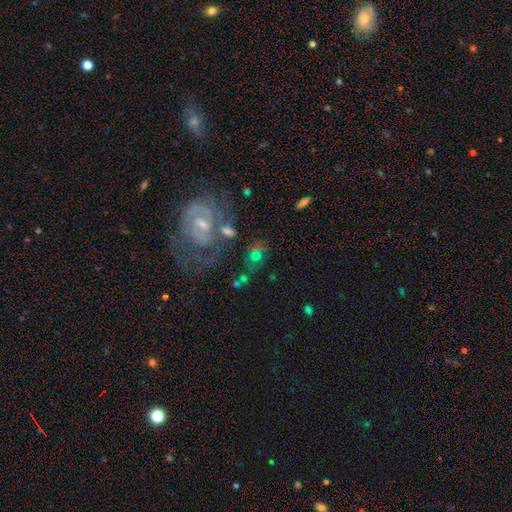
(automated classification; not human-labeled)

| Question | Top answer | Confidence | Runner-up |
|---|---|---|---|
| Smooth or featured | smooth | 43% | featured or disk (41%) |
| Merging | none | 50% | merger (19%) |